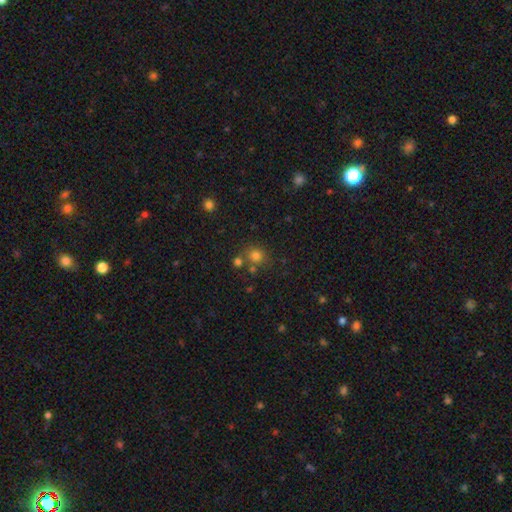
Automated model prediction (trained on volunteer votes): A smooth galaxy with no disk features (76%) that is round (85%). Merging: none (65%).